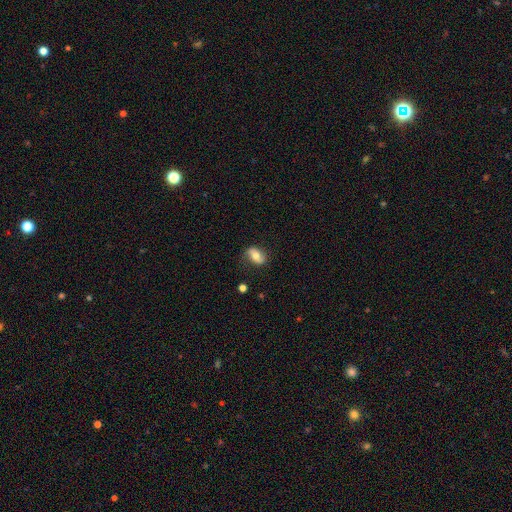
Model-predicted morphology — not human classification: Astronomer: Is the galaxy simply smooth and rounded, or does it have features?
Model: smooth — 48% (runner-up: featured or disk, 44%).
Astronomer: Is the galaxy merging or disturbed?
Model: none — 76%.